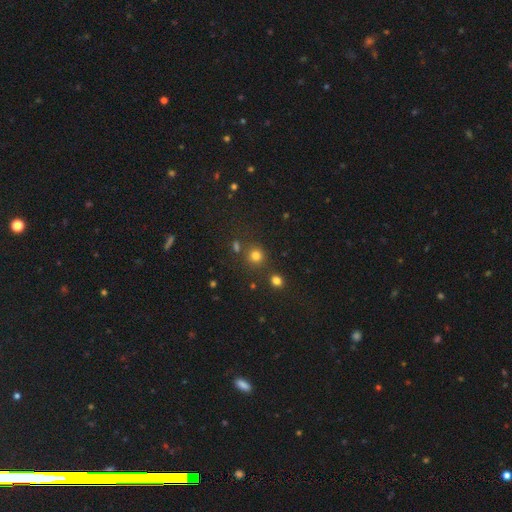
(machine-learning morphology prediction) Smooth or featured? Predicted: smooth (p=0.76). How rounded? Predicted: round (p=0.90). Merging? Predicted: none (p=0.76).